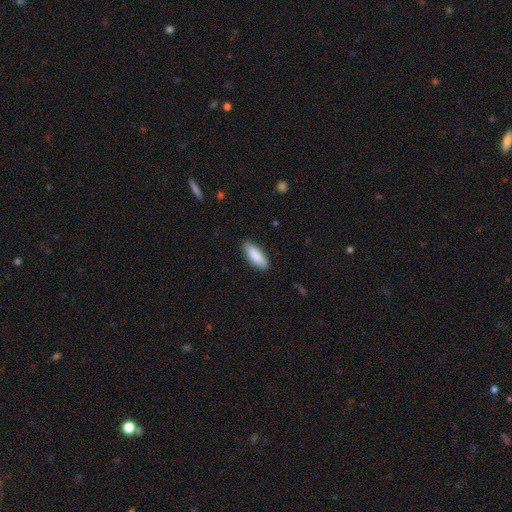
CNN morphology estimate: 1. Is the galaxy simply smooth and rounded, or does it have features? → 89% smooth, 6% featured or disk, 5% star or artifact.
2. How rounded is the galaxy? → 69% in between, 30% cigar-shaped, 2% round.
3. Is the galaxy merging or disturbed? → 87% none, 10% minor disturbance, 2% major disturbance, 1% merger.